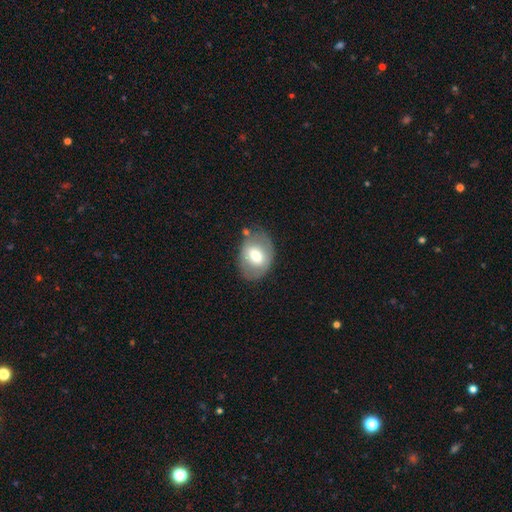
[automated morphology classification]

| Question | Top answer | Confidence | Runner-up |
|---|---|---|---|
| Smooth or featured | smooth | 61% | featured or disk (32%) |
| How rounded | in between | 71% | round (28%) |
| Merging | none | 68% | minor disturbance (20%) |